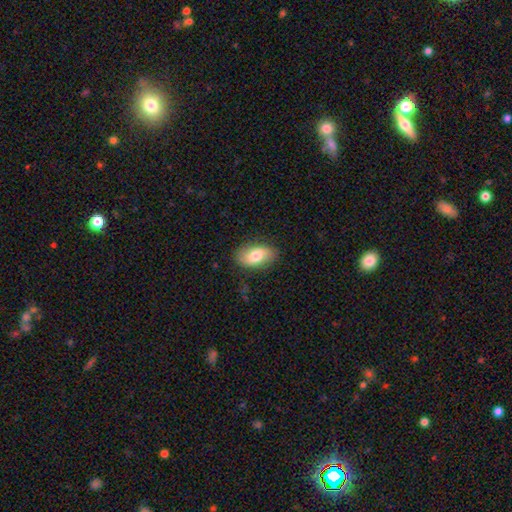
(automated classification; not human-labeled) This is likely a smooth galaxy (70%). How rounded: clearly in between (92%). Merging: clearly none (82%).